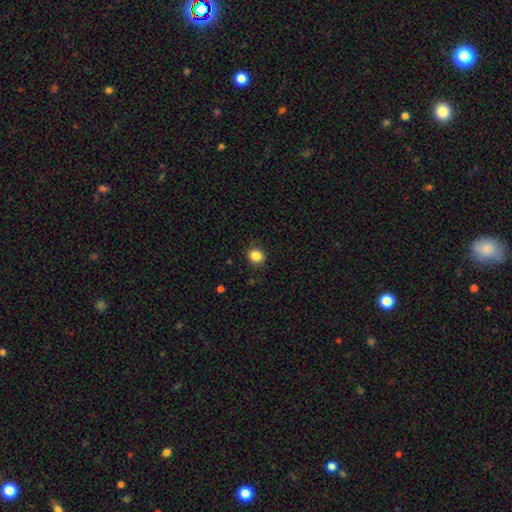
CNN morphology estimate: smooth-or-featured: smooth: 85% | star or artifact: 11% | featured or disk: 5%
  how-rounded: round: 78% | in between: 21% | cigar-shaped: 1%
  merging: none: 86% | minor disturbance: 10% | major disturbance: 3% | merger: 1%